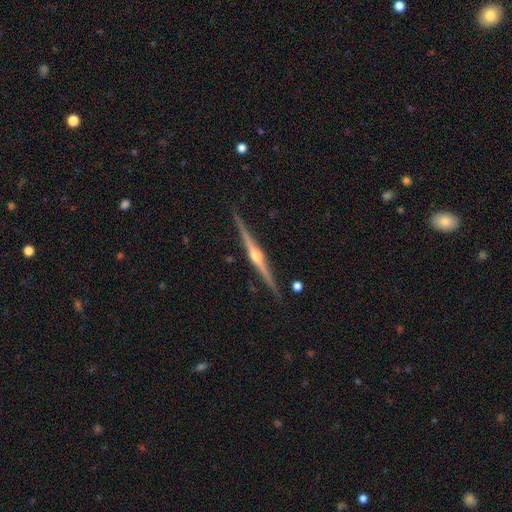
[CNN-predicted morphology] Overall: featured or disk (86%). Edge-on disk: yes (99%). Edge-on bulge: rounded (94%). Merging: none (89%).